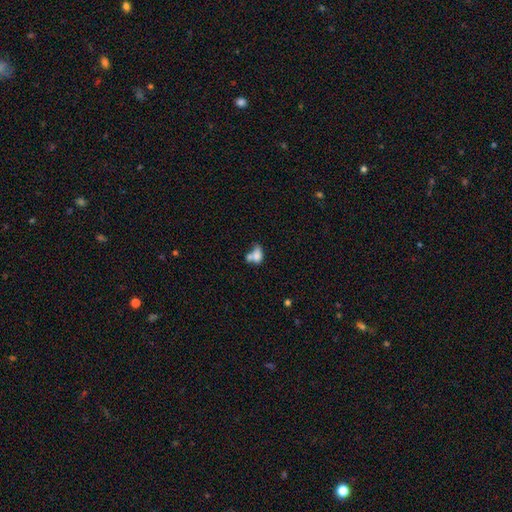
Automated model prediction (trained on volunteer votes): A smooth galaxy with no disk features (72%) that is in between round and cigar-shaped (77%).

Vote fractions:
- Smooth or featured? smooth: 72% / featured or disk: 18% / star or artifact: 10%
- How rounded? in between: 77% / round: 20% / cigar-shaped: 3%
- Merging? merger: 54% / none: 21% / minor disturbance: 12% / major disturbance: 12%